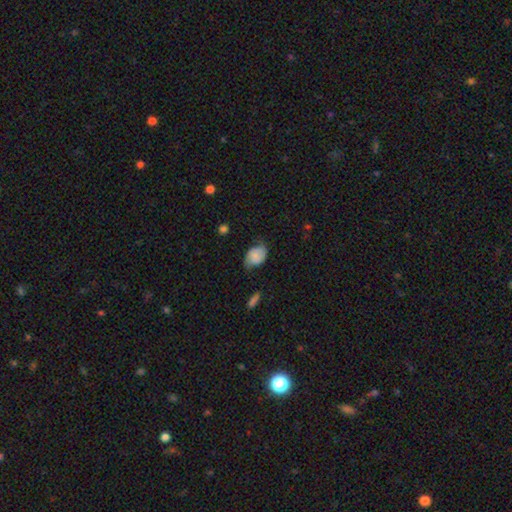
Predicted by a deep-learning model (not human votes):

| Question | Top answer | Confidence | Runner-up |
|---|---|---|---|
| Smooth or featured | smooth | 61% | featured or disk (30%) |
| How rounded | in between | 78% | round (21%) |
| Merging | none | 53% | minor disturbance (33%) |